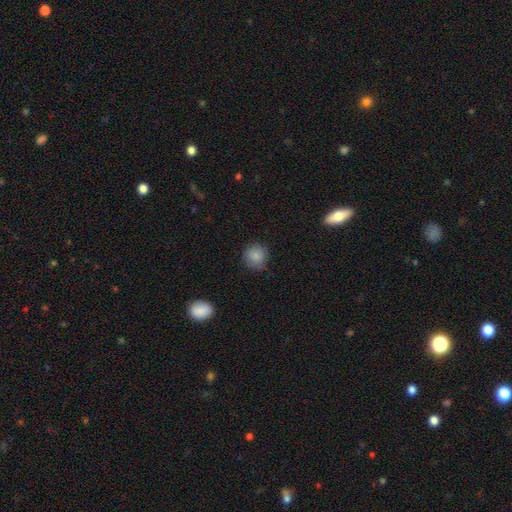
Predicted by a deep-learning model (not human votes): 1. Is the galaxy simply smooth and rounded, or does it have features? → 86% smooth, 9% star or artifact, 6% featured or disk.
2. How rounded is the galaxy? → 92% round, 7% in between, 1% cigar-shaped.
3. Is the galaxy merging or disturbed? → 84% none, 12% minor disturbance, 3% major disturbance, 1% merger.